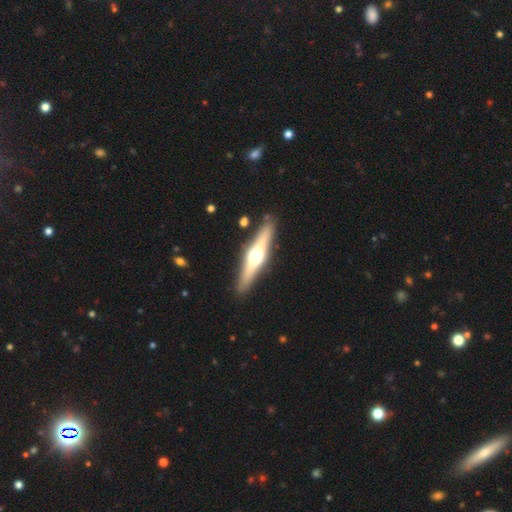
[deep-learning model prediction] Overall: featured or disk (67%). Edge-on disk: yes (95%). Edge-on bulge: rounded (94%). Merging: none (88%).